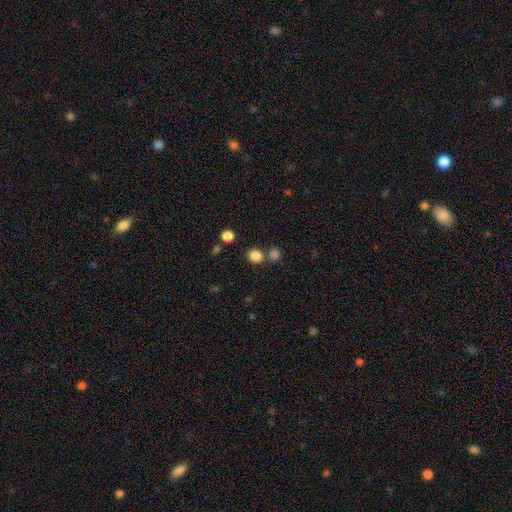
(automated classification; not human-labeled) This appears to be a smooth galaxy with no disk features (83%) that is round (75%). Merging: none (69%).